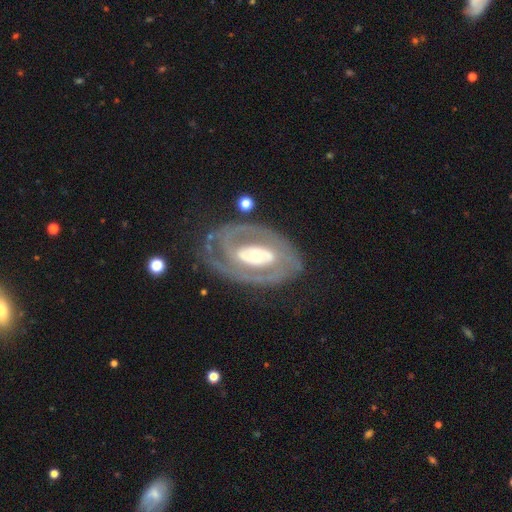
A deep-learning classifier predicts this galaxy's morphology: This is clearly a featured or disk galaxy (86%). It is clearly not viewed edge-on (95%). Bar: possibly no (47%). Spiral arm pattern: clearly yes (84%). Spiral arm count: likely 2 (60%). Spiral winding: possibly tight (60%). Central bulge: possibly moderate (52%). Merging: likely none (68%).